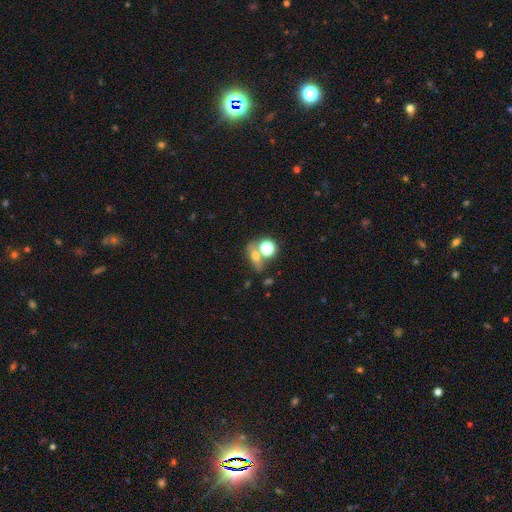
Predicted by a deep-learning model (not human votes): This appears to be a smooth galaxy with no disk features (57%) that is in between round and cigar-shaped (48%). Merging: none (46%).